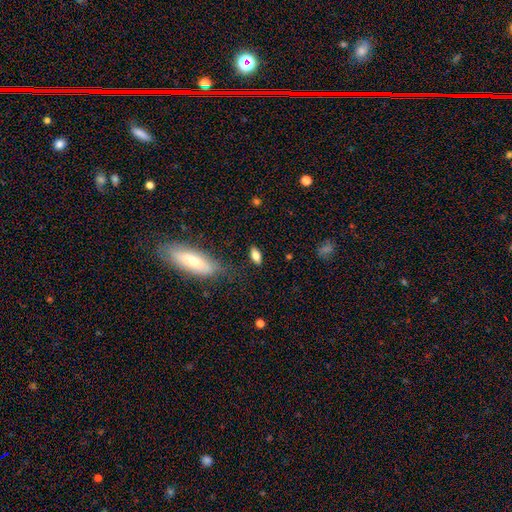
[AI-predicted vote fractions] Overall: smooth (78%). How rounded: in between (84%). Merging: none (82%).